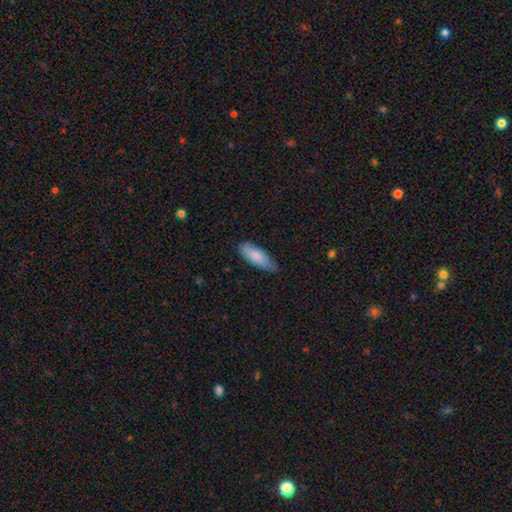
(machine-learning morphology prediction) A smooth galaxy with no disk features (81%) that is in between round and cigar-shaped (68%).

Vote fractions:
- Smooth or featured? smooth: 81% / featured or disk: 13% / star or artifact: 5%
- How rounded? in between: 68% / cigar-shaped: 30% / round: 2%
- Merging? none: 58% / minor disturbance: 36% / major disturbance: 5% / merger: 1%